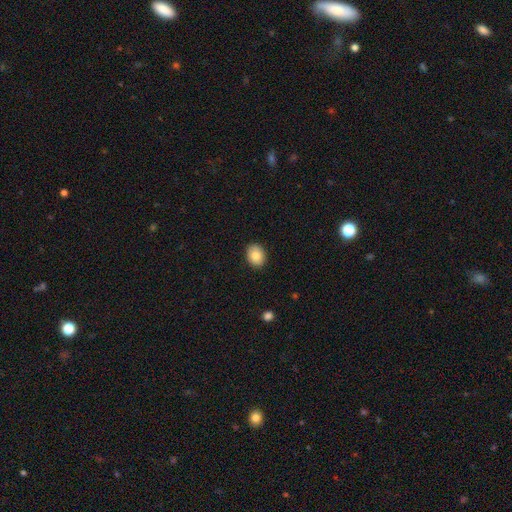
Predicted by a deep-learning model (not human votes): Smooth or featured: smooth — 85% (star or artifact — 8%)
How rounded: in between — 60% (round — 39%)
Merging: none — 89% (minor disturbance — 9%)